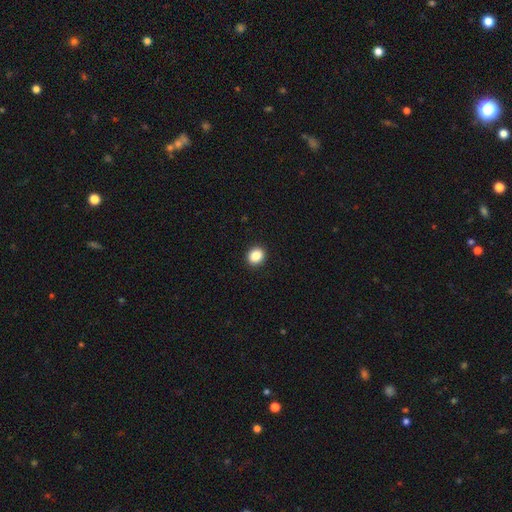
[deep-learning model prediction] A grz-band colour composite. It shows a smooth galaxy with no disk features (87%) that is round (74%). Merging: none (93%).